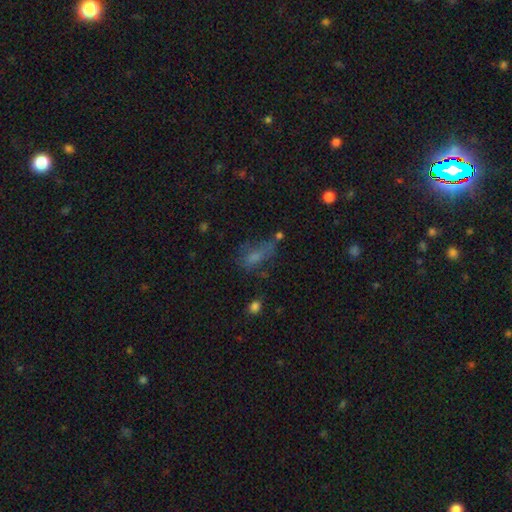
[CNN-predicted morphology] Smooth or featured: smooth — 59% (featured or disk — 21%)
How rounded: in between — 78% (cigar-shaped — 13%)
Merging: none — 42% (minor disturbance — 25%)